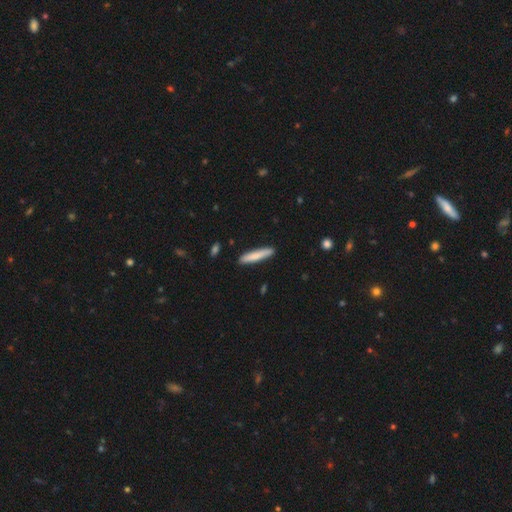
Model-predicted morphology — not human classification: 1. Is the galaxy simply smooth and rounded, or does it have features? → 78% smooth, 17% featured or disk, 5% star or artifact.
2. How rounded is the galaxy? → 92% cigar-shaped, 7% in between, 1% round.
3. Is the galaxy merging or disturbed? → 89% none, 8% minor disturbance, 2% major disturbance, 1% merger.